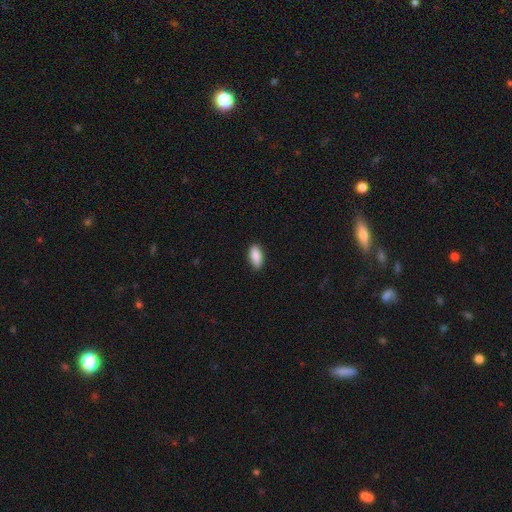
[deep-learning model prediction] This is clearly a smooth galaxy (87%). How rounded: clearly in between (85%). Merging: clearly none (87%).